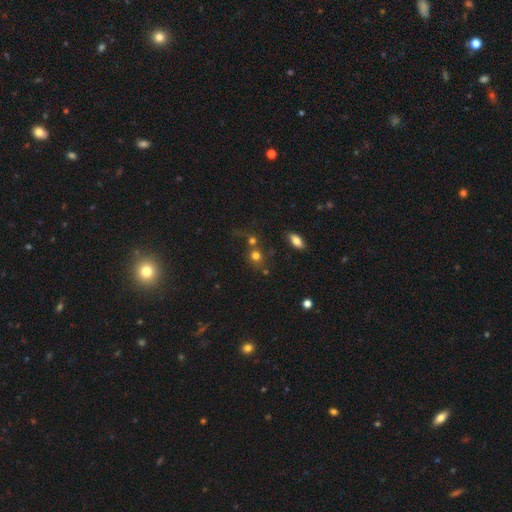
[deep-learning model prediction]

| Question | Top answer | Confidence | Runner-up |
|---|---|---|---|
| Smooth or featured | smooth | 72% | star or artifact (17%) |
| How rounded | round | 80% | in between (18%) |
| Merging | none | 51% | merger (31%) |